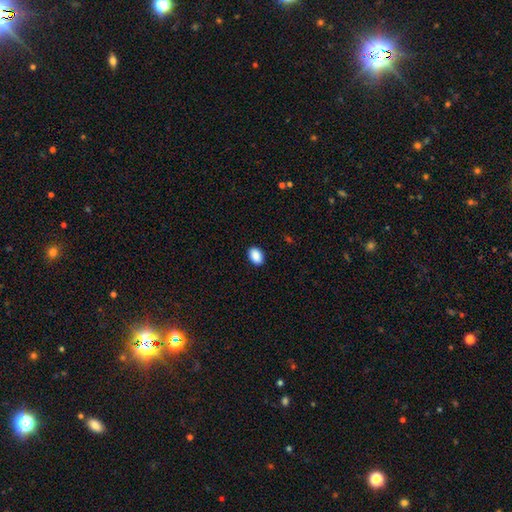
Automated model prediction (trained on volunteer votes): Morphology: type=smooth (90%); roundness=in between (86%); merging=none (90%).